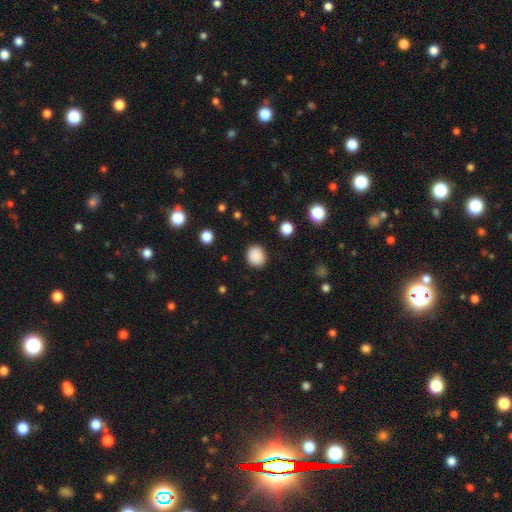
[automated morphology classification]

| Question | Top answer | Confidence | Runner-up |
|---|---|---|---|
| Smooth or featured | smooth | 88% | star or artifact (9%) |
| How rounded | round | 73% | in between (26%) |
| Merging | none | 88% | minor disturbance (8%) |